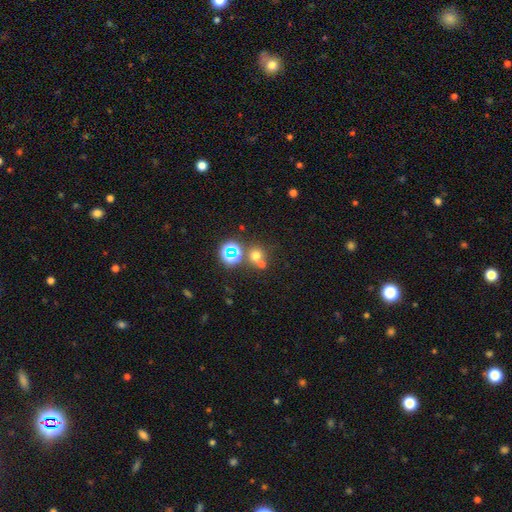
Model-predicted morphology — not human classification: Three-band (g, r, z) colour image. It shows a smooth galaxy with no disk features (59%) that is round (86%). Merging: none (57%).